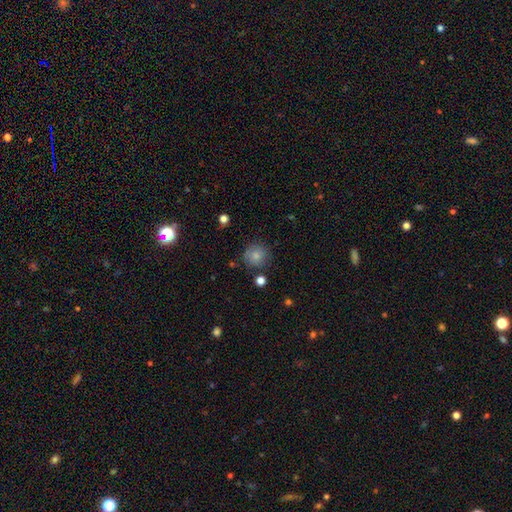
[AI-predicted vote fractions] A smooth galaxy with no disk features (82%) that is round (91%).

Vote fractions:
- Smooth or featured? smooth: 82% / star or artifact: 10% / featured or disk: 7%
- How rounded? round: 91% / in between: 8% / cigar-shaped: 1%
- Merging? none: 80% / minor disturbance: 13% / major disturbance: 4% / merger: 3%